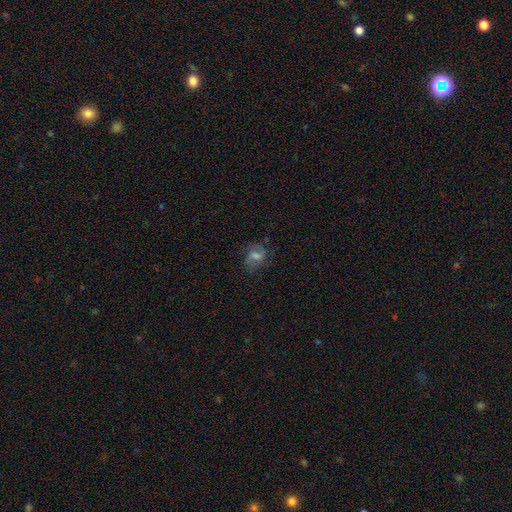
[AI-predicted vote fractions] Smooth or featured: smooth — 43% (featured or disk — 42%)
Merging: none — 66% (minor disturbance — 21%)